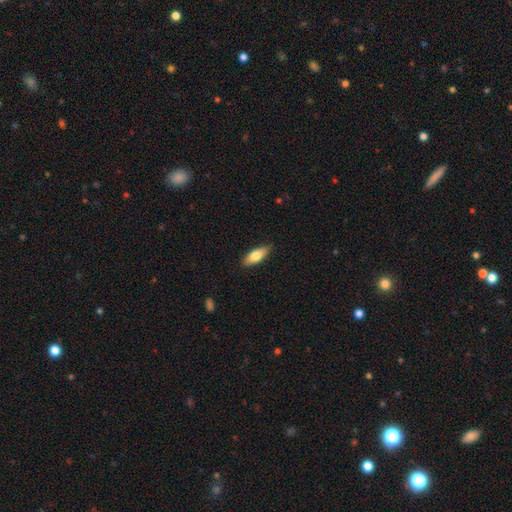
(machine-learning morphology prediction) type=smooth (72%); roundness=in between (67%); merging=none (85%).